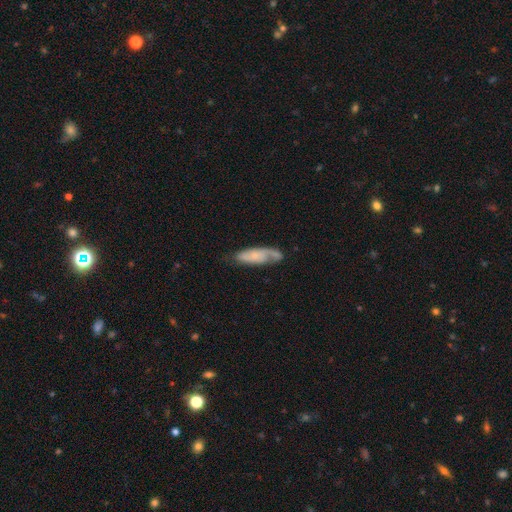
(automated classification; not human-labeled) The model was most divided on "smooth or featured": featured or disk: 55%, smooth: 39%, star or artifact: 6%. More confident: edge-on disk — no (85%); merging — none (56%).